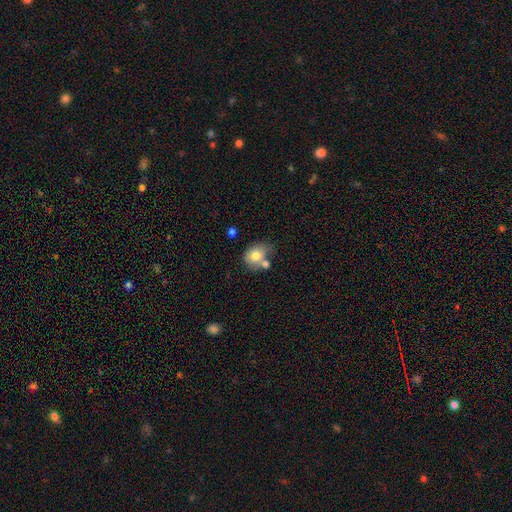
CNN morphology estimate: This is likely a smooth galaxy (73%). How rounded: possibly round (52%). Merging: marginally none (38%).